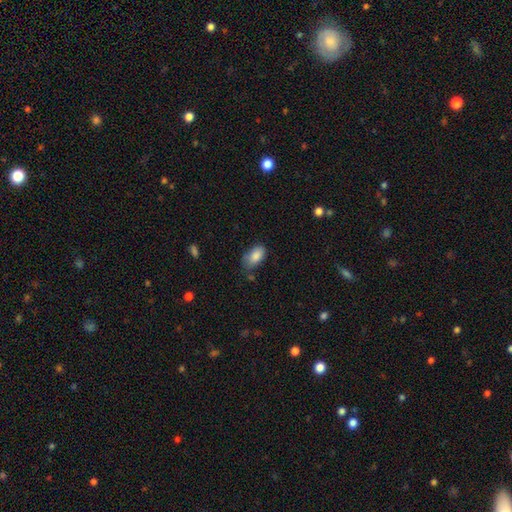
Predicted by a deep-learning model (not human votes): smooth-or-featured: smooth: 86% | star or artifact: 7% | featured or disk: 6%
  how-rounded: in between: 93% | round: 4% | cigar-shaped: 3%
  merging: none: 63% | minor disturbance: 27% | major disturbance: 6% | merger: 4%